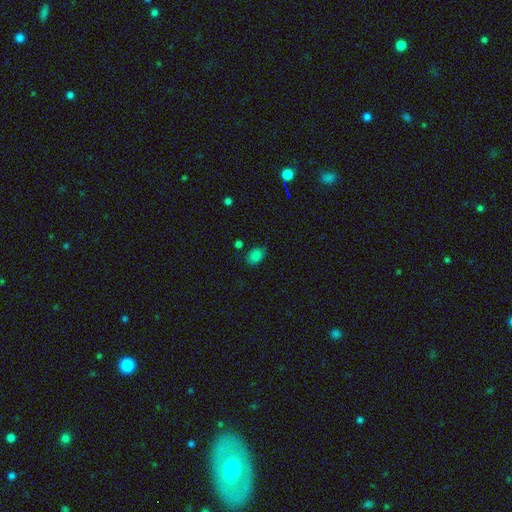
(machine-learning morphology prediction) This is clearly a smooth galaxy (82%). How rounded: clearly in between (80%). Merging: likely none (79%).